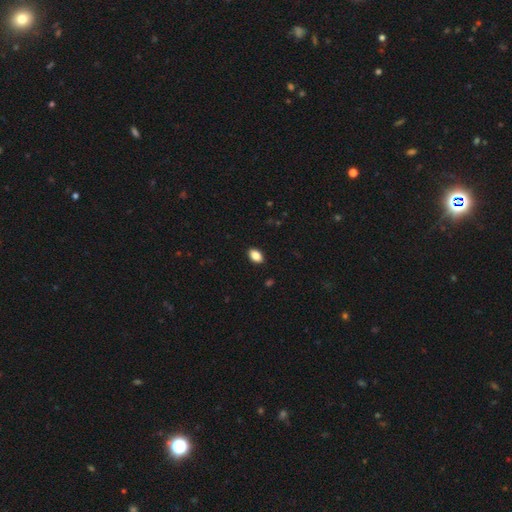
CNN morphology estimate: Smooth or featured? smooth (87%)
How rounded? in between (88%)
Merging? none (90%)